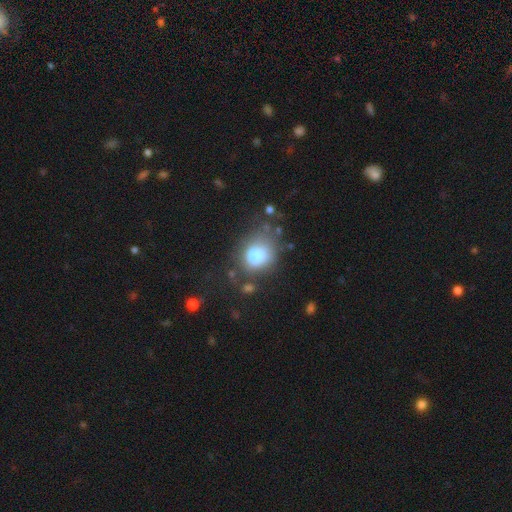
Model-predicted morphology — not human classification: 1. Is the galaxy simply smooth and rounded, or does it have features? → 77% smooth, 12% featured or disk, 11% star or artifact.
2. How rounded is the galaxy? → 62% round, 37% in between, 1% cigar-shaped.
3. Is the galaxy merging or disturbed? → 48% none, 24% minor disturbance, 17% major disturbance, 10% merger.